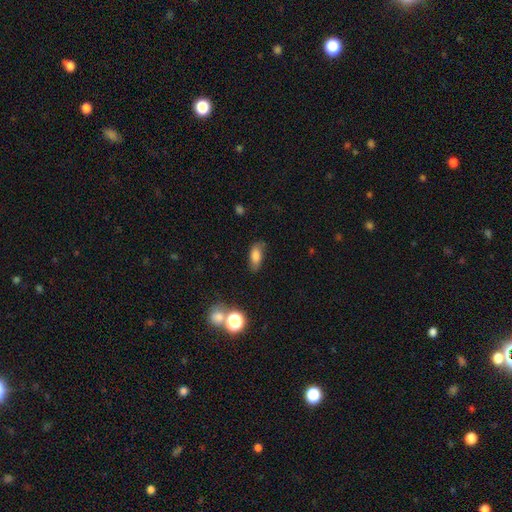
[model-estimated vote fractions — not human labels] Smooth or featured? Predicted: smooth (p=0.76). How rounded? Predicted: in between (p=0.82). Merging? Predicted: none (p=0.71).